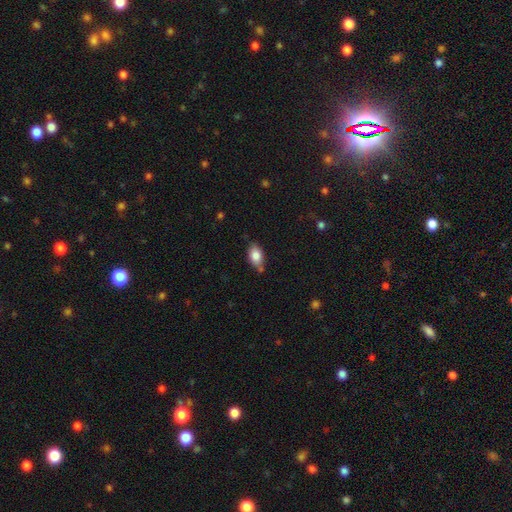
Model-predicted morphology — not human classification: A smooth galaxy with no disk features (84%) that is in between round and cigar-shaped (89%). Merging: none (68%).